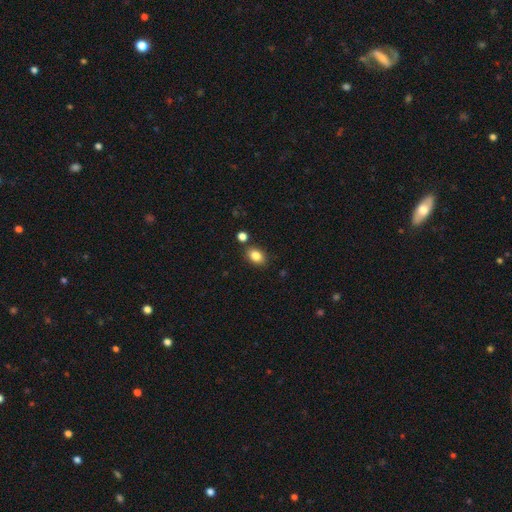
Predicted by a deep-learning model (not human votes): smooth_or_featured: smooth (p=0.84) [alt: star or artifact p=0.10]
how_rounded: in between (p=0.76) [alt: round p=0.23]
merging: none (p=0.80) [alt: minor disturbance p=0.11]